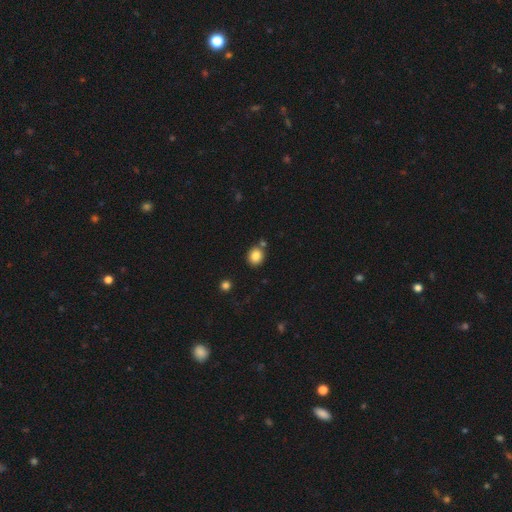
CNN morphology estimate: A smooth galaxy with no disk features (84%) that is round (74%). Merging: none (76%).